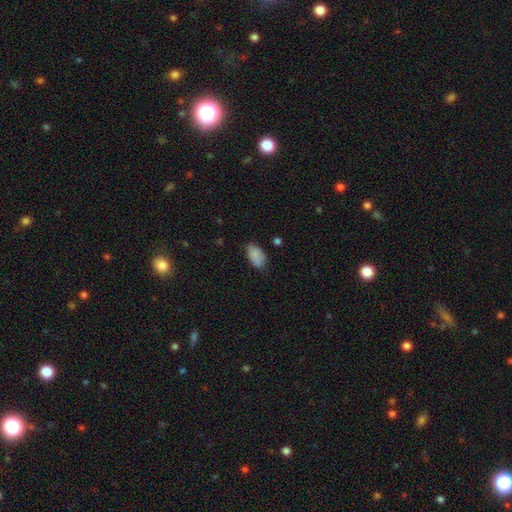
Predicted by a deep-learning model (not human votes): Overall: smooth (86%). How rounded: in between (92%). Merging: none (69%).